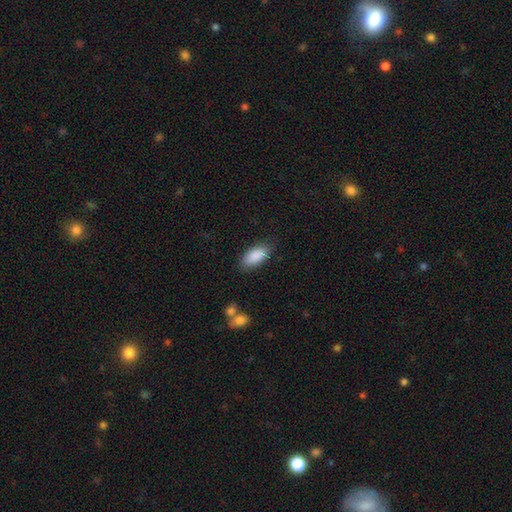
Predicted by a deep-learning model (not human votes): A smooth galaxy with no disk features (89%) that is in between round and cigar-shaped (89%). Merging: none (82%).